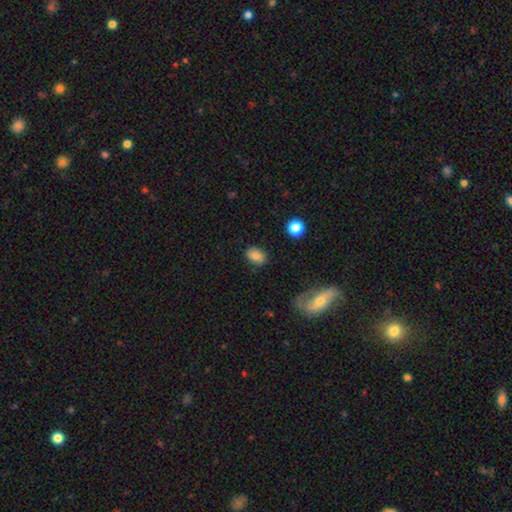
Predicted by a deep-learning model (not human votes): Overall: smooth (80%). How rounded: in between (73%). Merging: none (82%).